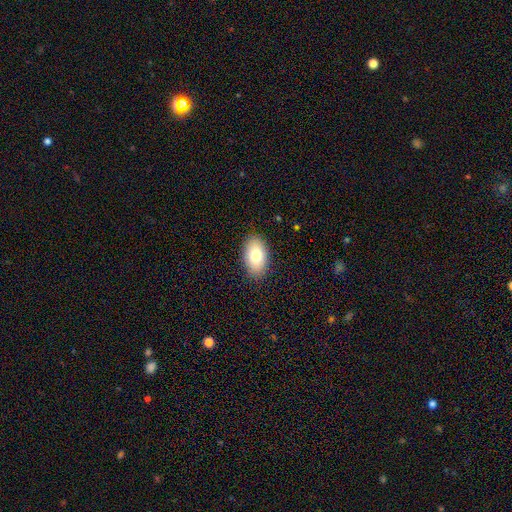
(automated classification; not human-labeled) Overall: smooth (78%). How rounded: in between (92%). Merging: none (88%).